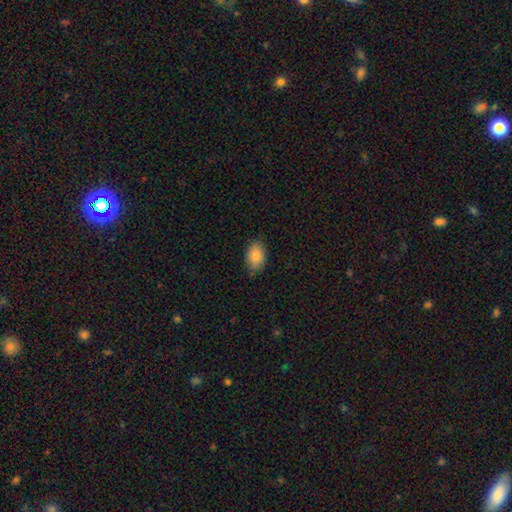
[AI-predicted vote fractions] smooth 85%, featured or disk 7%, star or artifact 7%. Down the decision tree: how rounded — in between (86%); merging — none (77%).